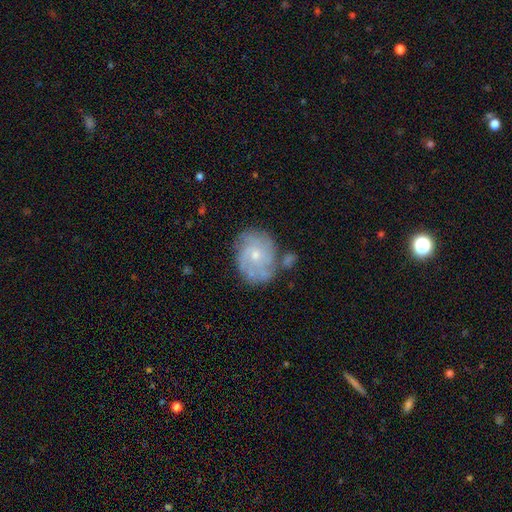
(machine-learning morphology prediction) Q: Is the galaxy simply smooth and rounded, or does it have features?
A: featured or disk — 71%.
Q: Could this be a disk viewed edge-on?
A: no — 98%.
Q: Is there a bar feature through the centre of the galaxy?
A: no — 78%.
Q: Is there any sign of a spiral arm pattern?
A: yes — 85%.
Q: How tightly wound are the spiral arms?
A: tight — 56%.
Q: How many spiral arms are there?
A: can't tell — 40%.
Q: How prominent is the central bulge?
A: small — 65%.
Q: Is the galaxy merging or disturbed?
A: none — 63%.